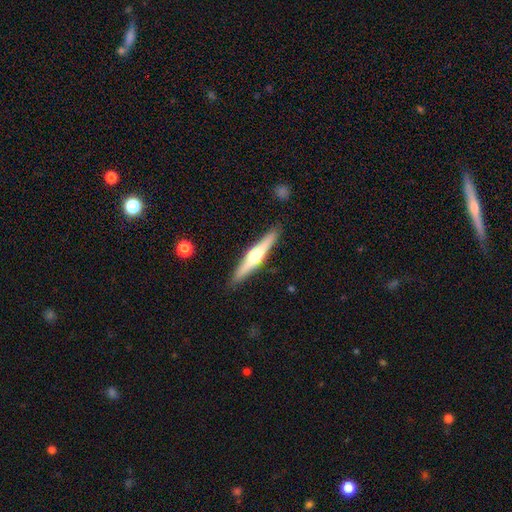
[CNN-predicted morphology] Smooth or featured? featured or disk (67%)
Edge-on disk? yes (97%)
Edge-on bulge? rounded (92%)
Merging? none (90%)